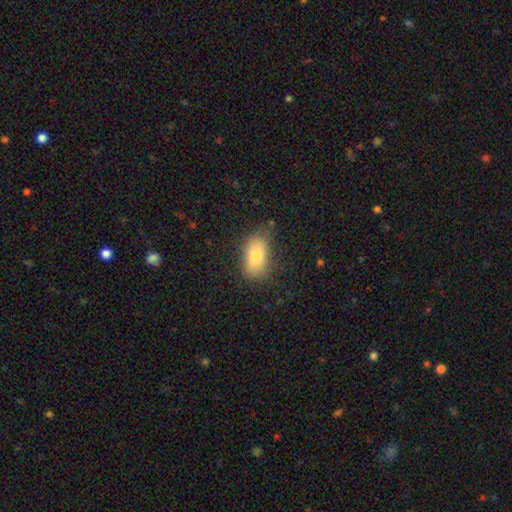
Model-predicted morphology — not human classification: Smooth or featured?
  - smooth: 82% *
  - featured or disk: 10%
  - star or artifact: 7%
How rounded?
  - in between: 90% *
  - round: 6%
  - cigar-shaped: 4%
Merging?
  - none: 68% *
  - minor disturbance: 23%
  - major disturbance: 7%
  - merger: 2%